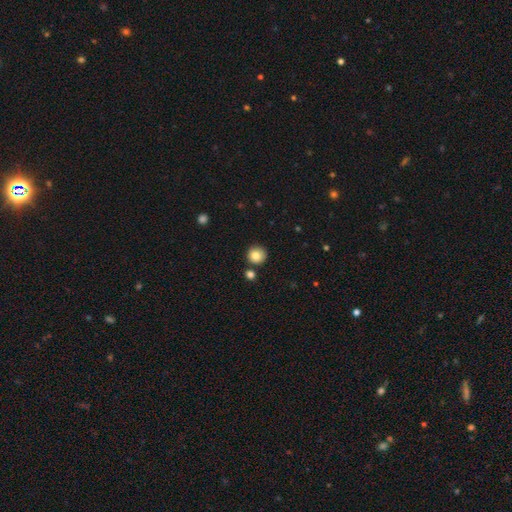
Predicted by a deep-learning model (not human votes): Smooth or featured? smooth (83%)
How rounded? round (93%)
Merging? none (83%)